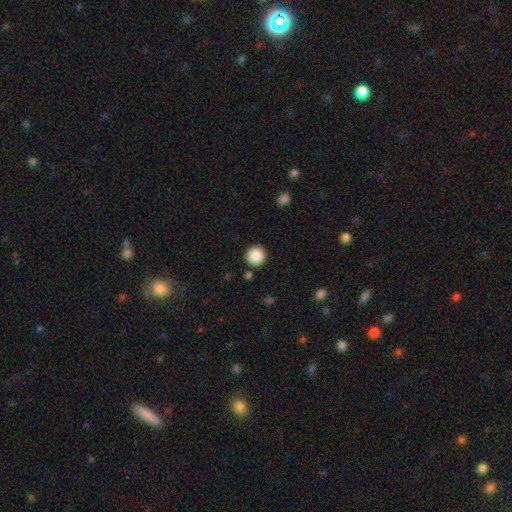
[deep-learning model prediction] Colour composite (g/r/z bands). It shows a smooth galaxy with no disk features (88%) that is round (96%). Merging: none (91%).